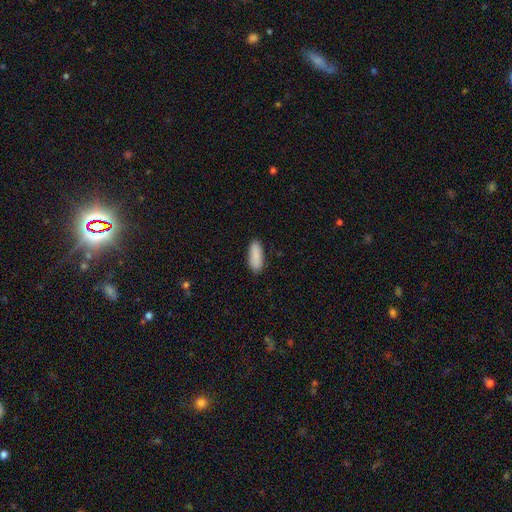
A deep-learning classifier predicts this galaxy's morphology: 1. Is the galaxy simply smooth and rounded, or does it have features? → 87% smooth, 7% featured or disk, 6% star or artifact.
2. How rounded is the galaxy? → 80% in between, 18% cigar-shaped, 2% round.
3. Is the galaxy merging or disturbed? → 86% none, 11% minor disturbance, 2% major disturbance, 1% merger.